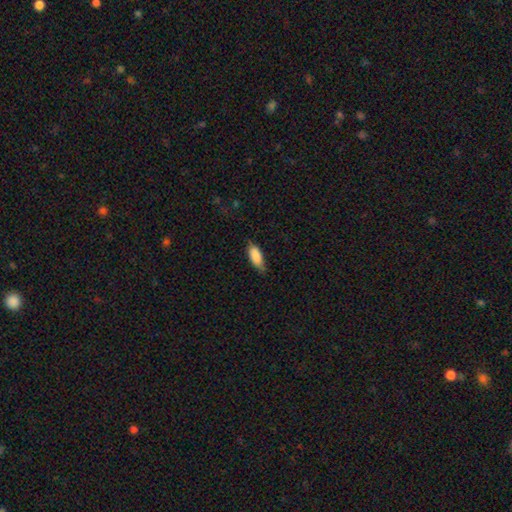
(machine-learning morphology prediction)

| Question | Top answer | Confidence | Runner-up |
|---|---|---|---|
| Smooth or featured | smooth | 87% | featured or disk (7%) |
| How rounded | in between | 81% | cigar-shaped (17%) |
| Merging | none | 71% | minor disturbance (24%) |